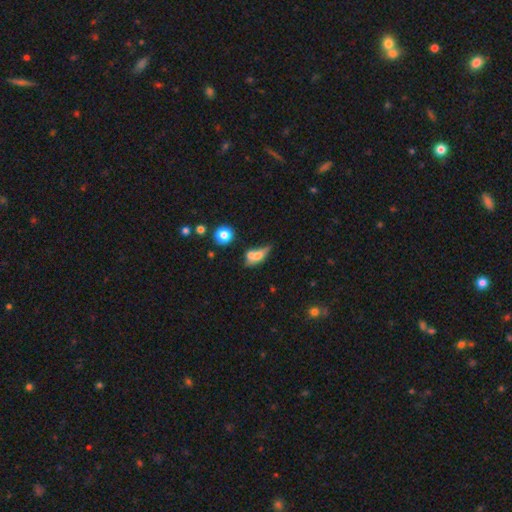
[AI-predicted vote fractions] Q: Smooth or featured?
A: smooth (58%); runner-up: featured or disk (31%)
Q: How rounded?
A: in between (63%); runner-up: cigar-shaped (25%)
Q: Merging?
A: merger (35%); runner-up: none (31%)